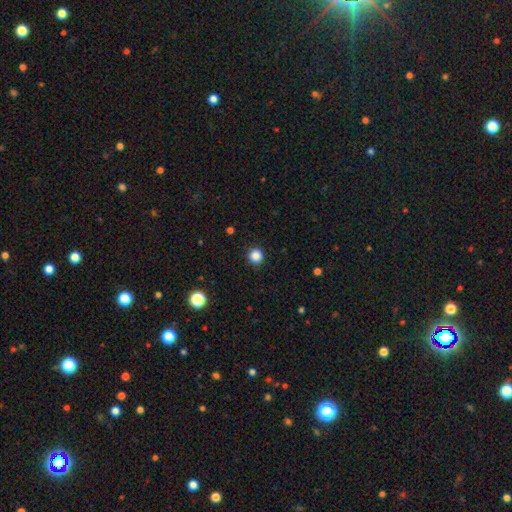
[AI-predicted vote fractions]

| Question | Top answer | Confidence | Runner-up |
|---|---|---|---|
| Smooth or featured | smooth | 85% | star or artifact (12%) |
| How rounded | round | 94% | in between (5%) |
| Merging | none | 92% | minor disturbance (5%) |